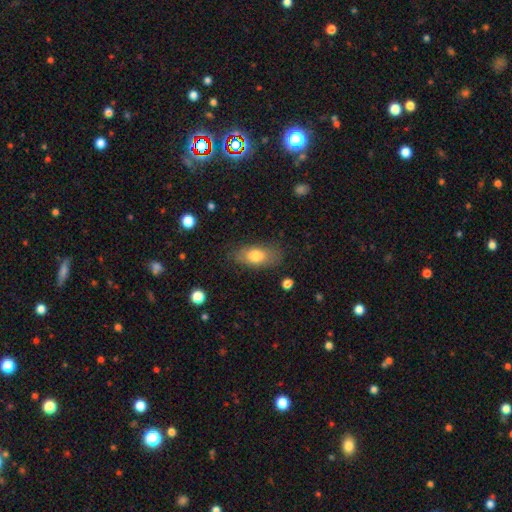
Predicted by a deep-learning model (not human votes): Smooth or featured? smooth (76%)
How rounded? in between (87%)
Merging? none (78%)